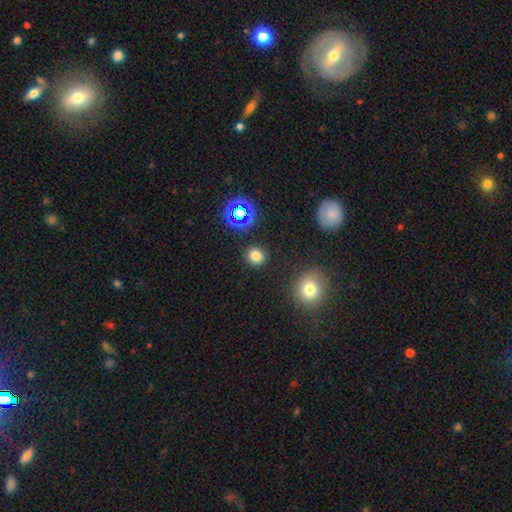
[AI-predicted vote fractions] A smooth galaxy with no disk features (76%) that is round (89%). Merging: none (89%).